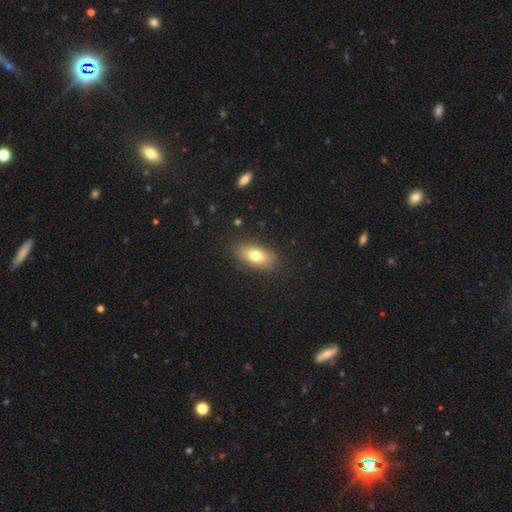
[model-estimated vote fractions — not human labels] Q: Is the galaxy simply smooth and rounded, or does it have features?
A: smooth — 74%.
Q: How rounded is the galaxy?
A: in between — 85%.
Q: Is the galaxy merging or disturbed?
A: none — 85%.